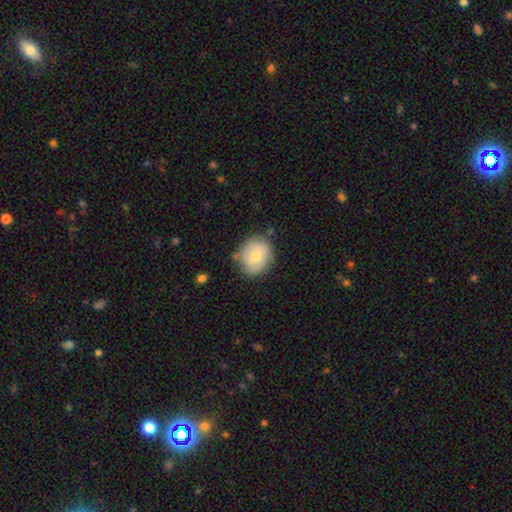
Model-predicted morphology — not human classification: Overall: featured or disk (49%; smooth 44%). Merging: none (72%).